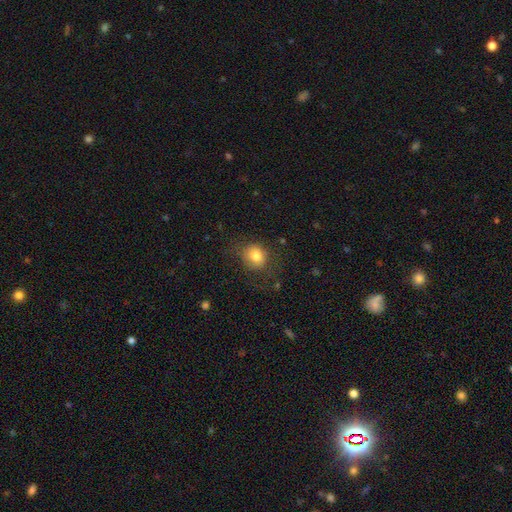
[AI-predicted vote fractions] Overall: smooth (80%). How rounded: round (69%; in between 30%). Merging: none (66%).